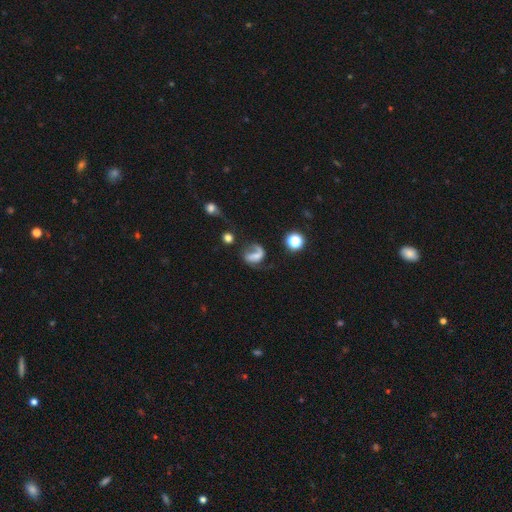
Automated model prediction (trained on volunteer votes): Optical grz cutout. It shows a featured or disk galaxy (63%) with no bar (44%), 1 (56%) loose (54%) spiral arms (85%) and no central bulge (50%). Merging: major disturbance (38%).